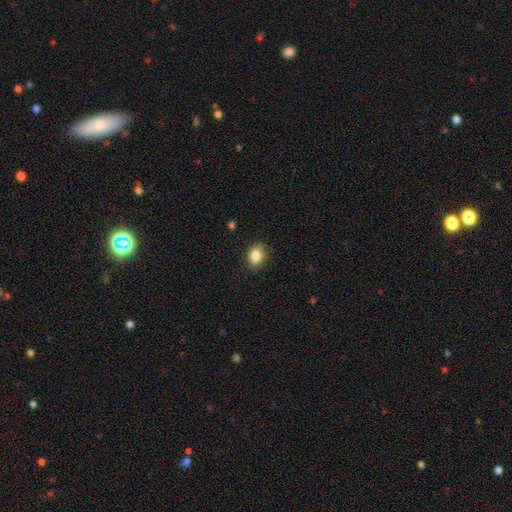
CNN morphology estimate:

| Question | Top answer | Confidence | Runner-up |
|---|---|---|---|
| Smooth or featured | smooth | 86% | star or artifact (9%) |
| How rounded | in between | 67% | round (32%) |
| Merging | none | 87% | minor disturbance (9%) |